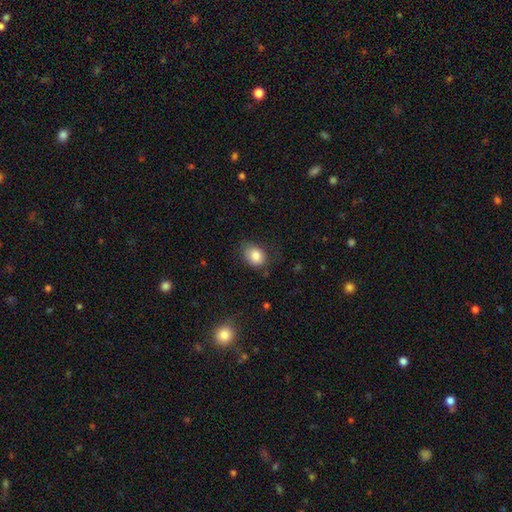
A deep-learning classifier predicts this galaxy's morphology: A smooth galaxy with no disk features (83%) that is in between round and cigar-shaped (61%). Merging: none (70%).